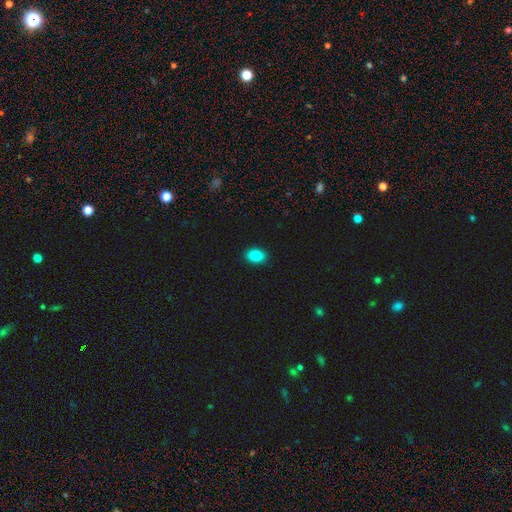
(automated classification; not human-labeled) smooth 87%, star or artifact 9%, featured or disk 5%. Down the decision tree: how rounded — in between (80%); merging — none (91%).